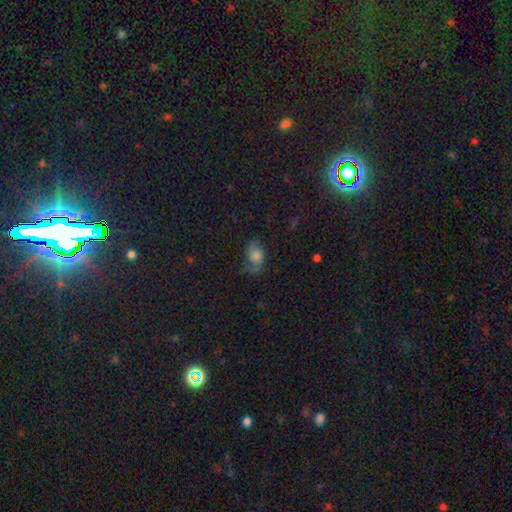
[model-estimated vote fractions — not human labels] Smooth or featured?
  - smooth: 55% *
  - featured or disk: 32%
  - star or artifact: 13%
How rounded?
  - in between: 72% *
  - round: 26%
  - cigar-shaped: 2%
Merging?
  - none: 47% *
  - minor disturbance: 28%
  - major disturbance: 22%
  - merger: 2%